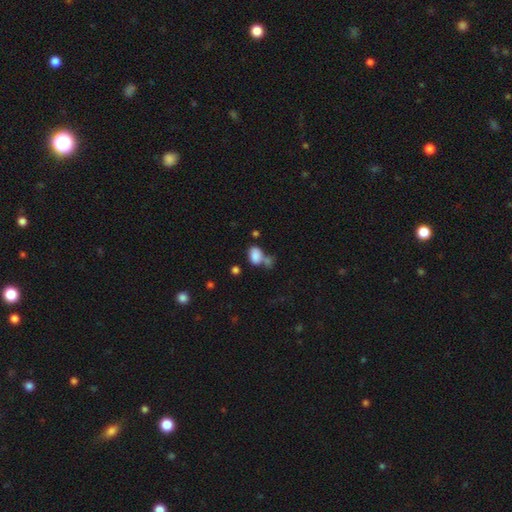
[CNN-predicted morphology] A smooth galaxy with no disk features (82%) that is in between round and cigar-shaped (85%).

Vote fractions:
- Smooth or featured? smooth: 82% / star or artifact: 10% / featured or disk: 9%
- How rounded? in between: 85% / round: 14% / cigar-shaped: 2%
- Merging? merger: 41% / none: 34% / minor disturbance: 16% / major disturbance: 9%